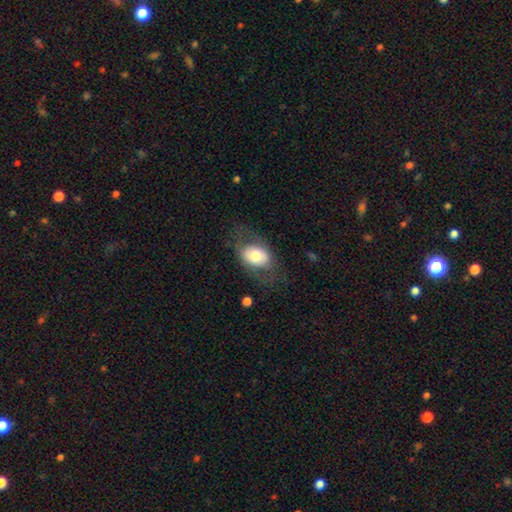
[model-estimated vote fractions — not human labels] smooth-or-featured: smooth: 64% | featured or disk: 29% | star or artifact: 7%
  how-rounded: in between: 75% | round: 24% | cigar-shaped: 1%
  merging: none: 66% | minor disturbance: 18% | major disturbance: 14% | merger: 2%